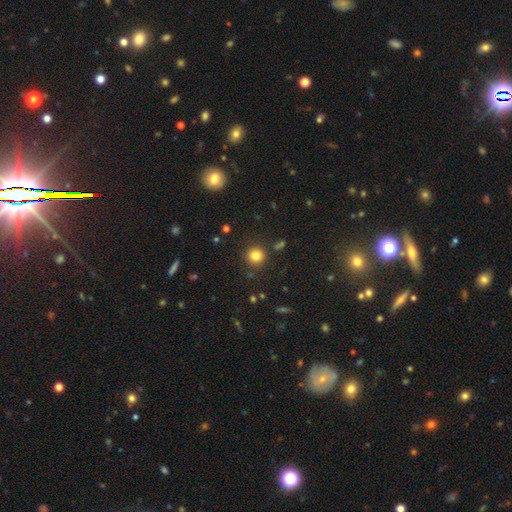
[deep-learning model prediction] This is clearly a smooth galaxy (82%). How rounded: clearly round (92%). Merging: clearly none (88%).